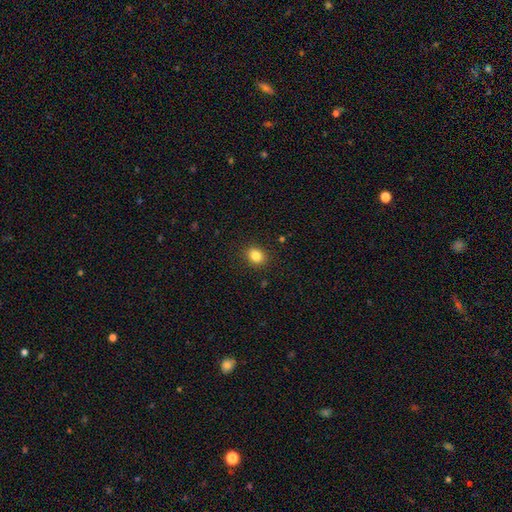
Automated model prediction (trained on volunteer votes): Smooth or featured? Predicted: smooth (p=0.84). How rounded? Predicted: round (p=0.61). Merging? Predicted: none (p=0.90).